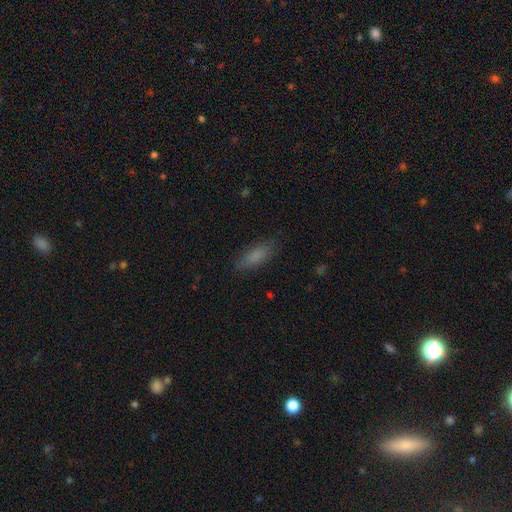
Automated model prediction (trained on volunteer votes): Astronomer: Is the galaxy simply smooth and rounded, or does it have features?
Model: smooth — 81%.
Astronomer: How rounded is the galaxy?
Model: in between — 62%.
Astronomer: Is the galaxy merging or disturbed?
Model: none — 81%.